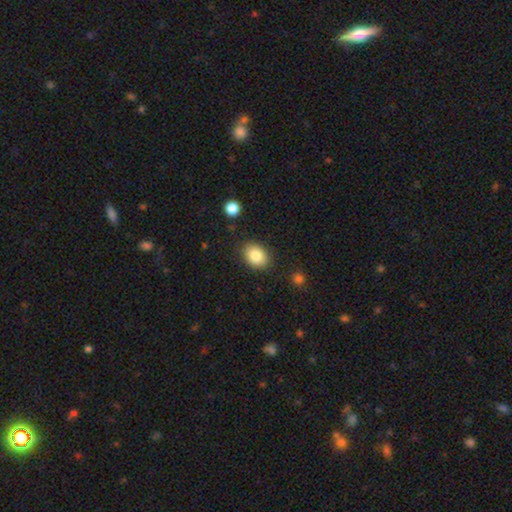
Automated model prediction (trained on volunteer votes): smooth_or_featured: smooth (p=0.85) [alt: star or artifact p=0.08]
how_rounded: in between (p=0.67) [alt: round p=0.32]
merging: none (p=0.85) [alt: minor disturbance p=0.10]